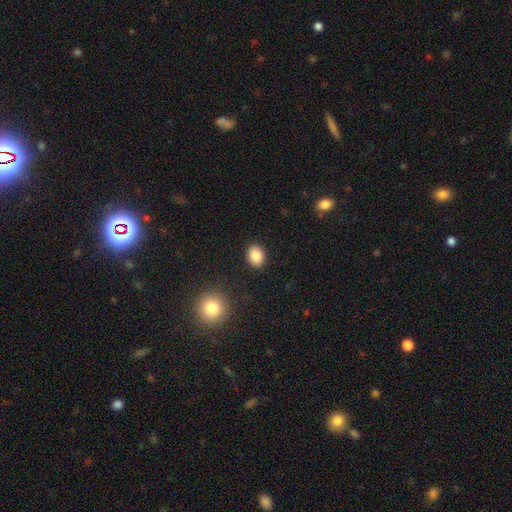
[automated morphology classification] Smooth or featured? Predicted: smooth (p=0.86). How rounded? Predicted: in between (p=0.64). Merging? Predicted: none (p=0.89).